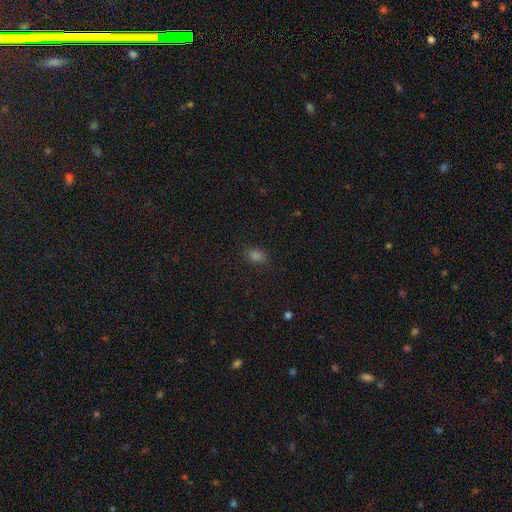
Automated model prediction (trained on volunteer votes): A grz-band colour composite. It shows a smooth galaxy with no disk features (78%) that is in between round and cigar-shaped (82%). Merging: none (86%).